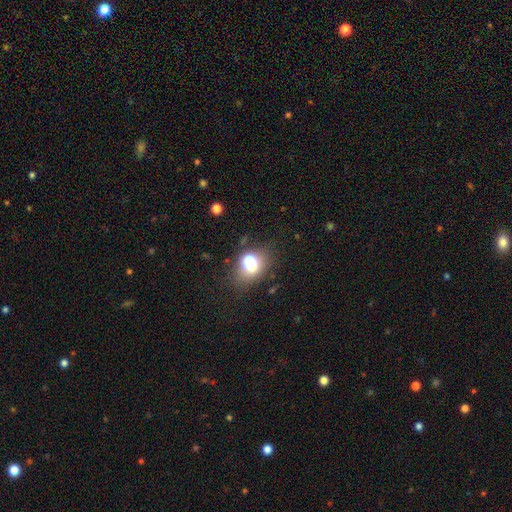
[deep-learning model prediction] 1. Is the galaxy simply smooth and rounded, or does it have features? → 65% smooth, 22% star or artifact, 13% featured or disk.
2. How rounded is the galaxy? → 55% in between, 42% round, 3% cigar-shaped.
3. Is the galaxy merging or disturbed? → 72% none, 17% minor disturbance, 8% major disturbance, 3% merger.